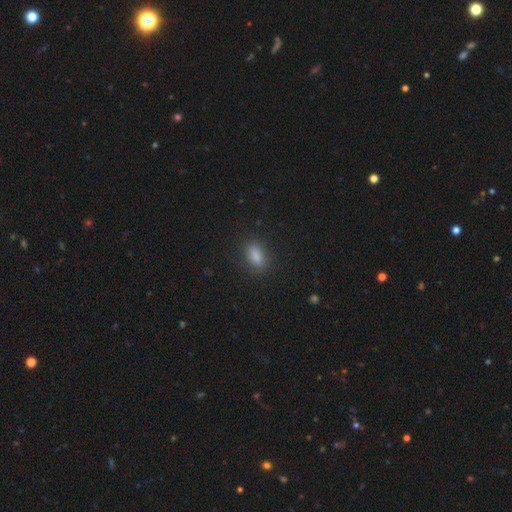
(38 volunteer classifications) This is clearly a smooth galaxy (95%). How rounded: clearly in between (83%). Merging: clearly none (92%).